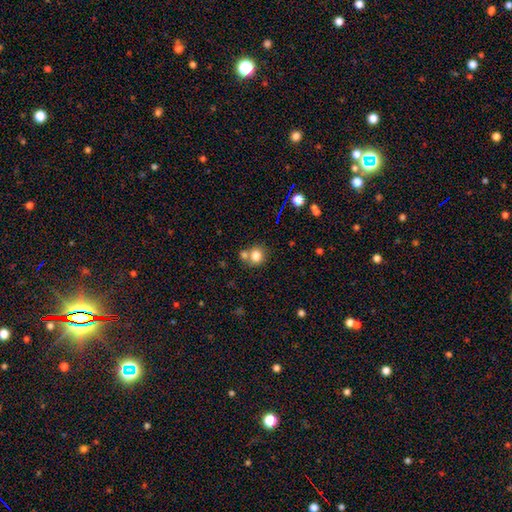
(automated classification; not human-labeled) Smooth or featured?
  - smooth: 80% *
  - star or artifact: 11%
  - featured or disk: 9%
How rounded?
  - round: 84% *
  - in between: 15%
  - cigar-shaped: 1%
Merging?
  - none: 55% *
  - merger: 33%
  - minor disturbance: 9%
  - major disturbance: 3%